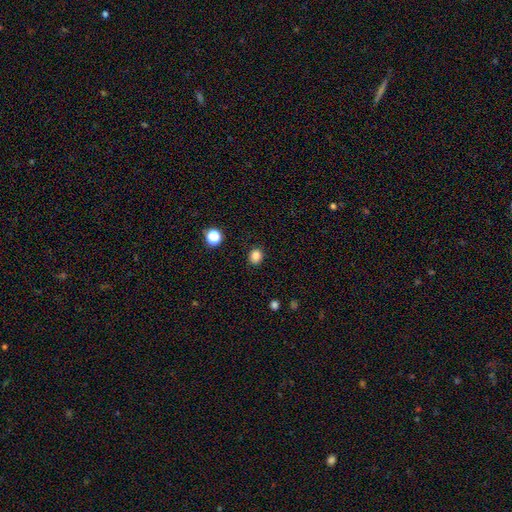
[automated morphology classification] smooth-or-featured: smooth: 84% | star or artifact: 12% | featured or disk: 4%
  how-rounded: round: 69% | in between: 30% | cigar-shaped: 1%
  merging: none: 89% | minor disturbance: 8% | major disturbance: 2% | merger: 1%